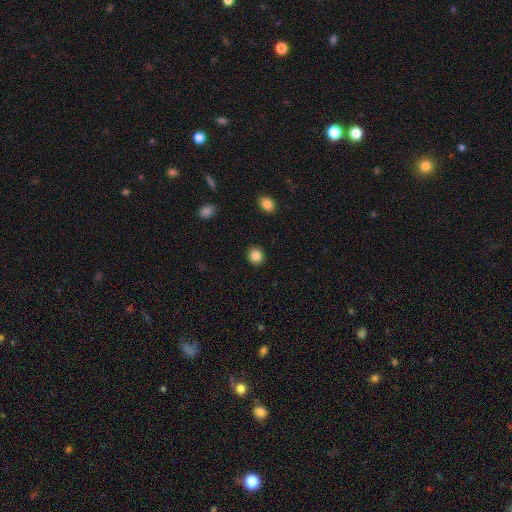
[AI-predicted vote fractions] Smooth or featured?
  - smooth: 86% *
  - star or artifact: 10%
  - featured or disk: 4%
How rounded?
  - round: 81% *
  - in between: 18%
  - cigar-shaped: 1%
Merging?
  - none: 91% *
  - minor disturbance: 6%
  - major disturbance: 2%
  - merger: 1%